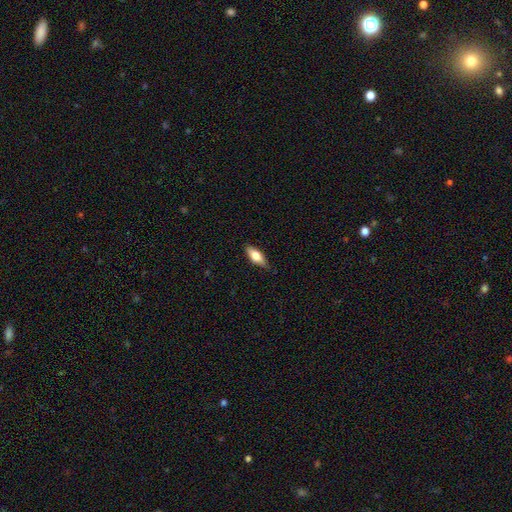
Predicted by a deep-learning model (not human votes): Overall: smooth (73%). How rounded: in between (75%). Merging: none (81%).